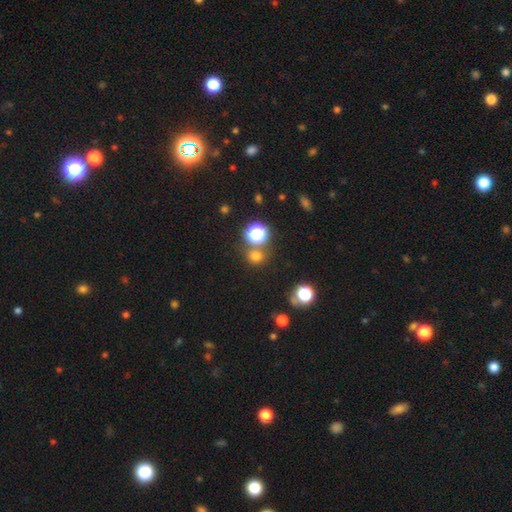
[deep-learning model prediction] Smooth or featured: smooth — 68% (star or artifact — 26%)
How rounded: round — 83% (in between — 16%)
Merging: none — 72% (merger — 15%)